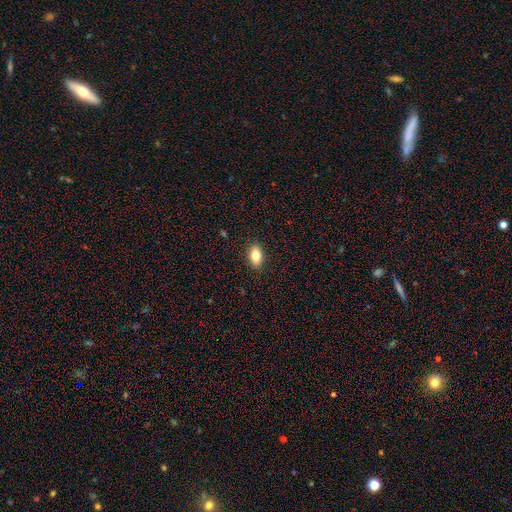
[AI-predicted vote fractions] A smooth galaxy with no disk features (80%) that is in between round and cigar-shaped (88%). Merging: none (89%).